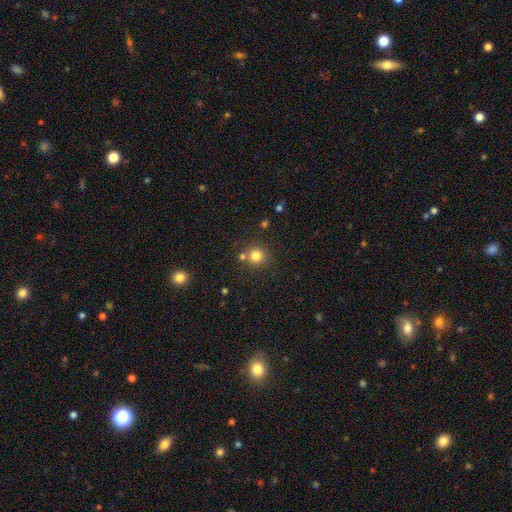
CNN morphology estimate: This appears to be a smooth galaxy with no disk features (80%) that is round (92%). Merging: none (72%).